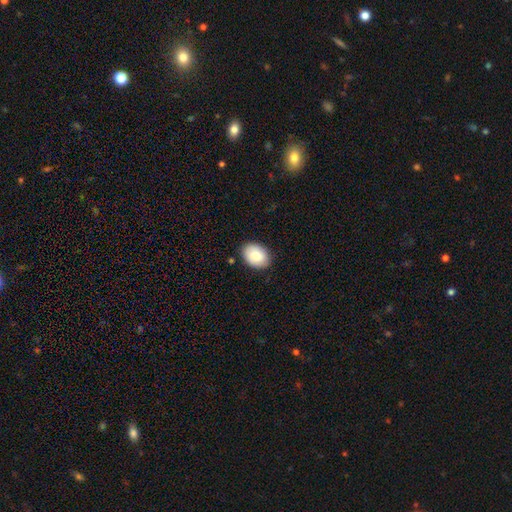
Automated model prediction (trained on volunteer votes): smooth_or_featured: smooth (p=0.84) [alt: featured or disk p=0.09]
how_rounded: in between (p=0.77) [alt: round p=0.22]
merging: none (p=0.85) [alt: minor disturbance p=0.12]